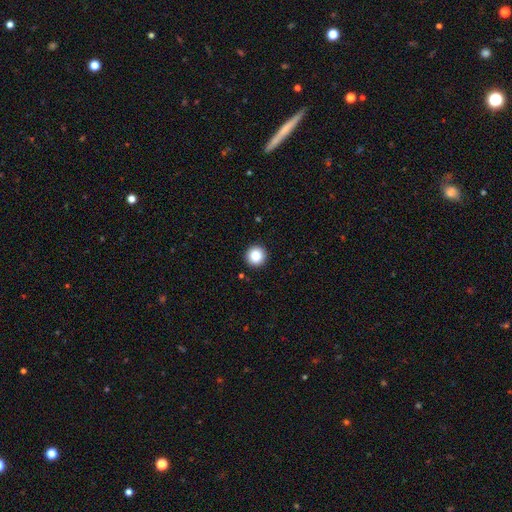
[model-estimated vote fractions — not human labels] A smooth galaxy with no disk features (87%) that is round (96%). Merging: none (93%).